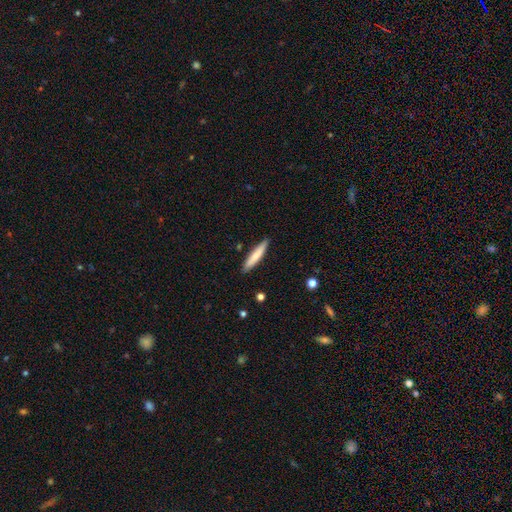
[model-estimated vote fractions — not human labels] Overall: smooth (77%). How rounded: cigar-shaped (89%). Merging: none (88%).